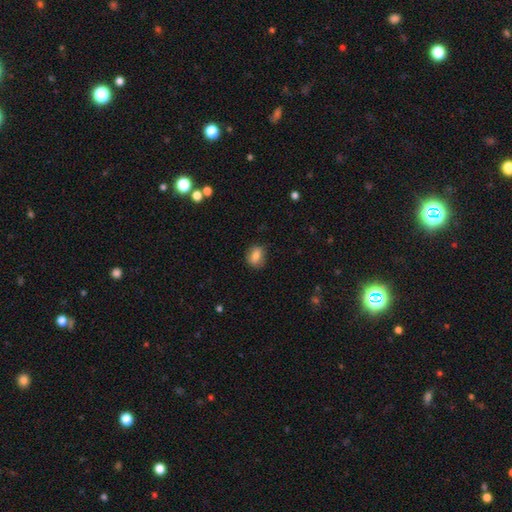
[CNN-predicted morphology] Smooth or featured?
  - smooth: 78% *
  - featured or disk: 13%
  - star or artifact: 9%
How rounded?
  - in between: 50% *
  - round: 48%
  - cigar-shaped: 2%
Merging?
  - none: 80% *
  - minor disturbance: 15%
  - major disturbance: 4%
  - merger: 1%